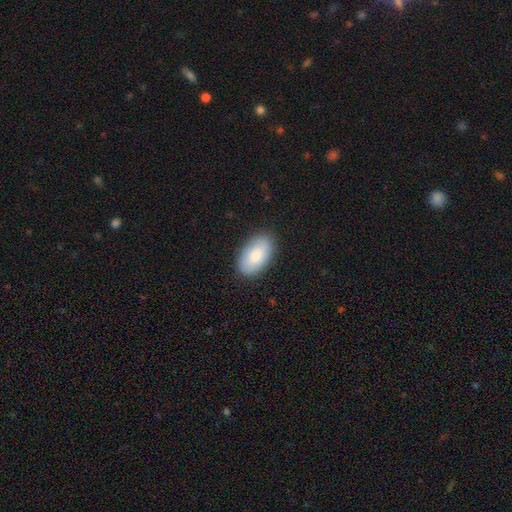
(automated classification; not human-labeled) This appears to be a smooth galaxy with no disk features (82%) that is in between round and cigar-shaped (95%). Merging: none (86%).